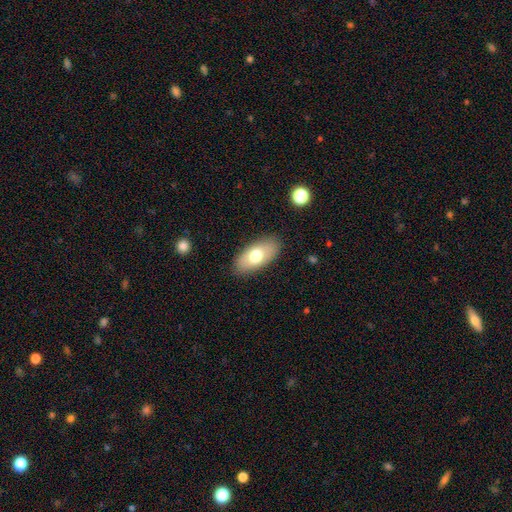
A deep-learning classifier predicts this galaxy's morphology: type=smooth (70%); roundness=in between (91%); merging=none (86%).